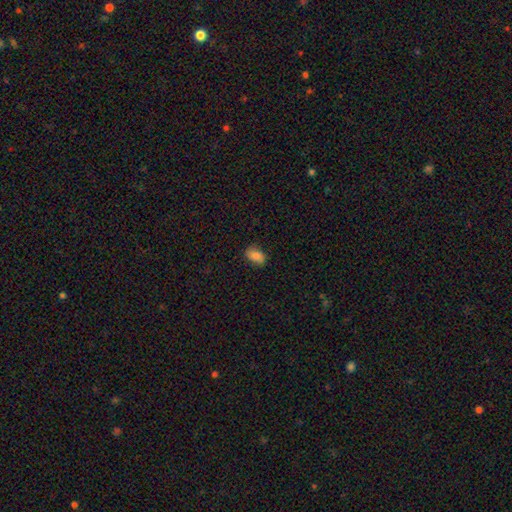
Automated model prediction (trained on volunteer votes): Smooth or featured? Predicted: smooth (p=0.82). How rounded? Predicted: in between (p=0.89). Merging? Predicted: none (p=0.81).